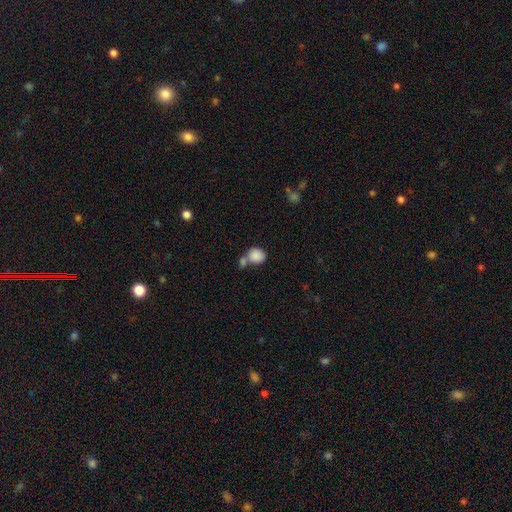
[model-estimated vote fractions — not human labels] Smooth or featured? Predicted: smooth (p=0.86). How rounded? Predicted: round (p=0.66). Merging? Predicted: merger (p=0.44).